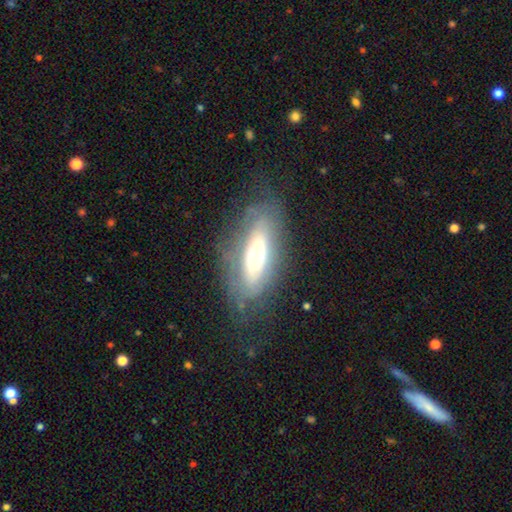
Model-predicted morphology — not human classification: A featured or disk galaxy (56%).

Vote fractions:
- Smooth or featured? featured or disk: 56% / smooth: 36% / star or artifact: 8%
- Edge-on disk? no: 71% / yes: 29%
- Merging? none: 67% / minor disturbance: 20% / major disturbance: 11% / merger: 2%